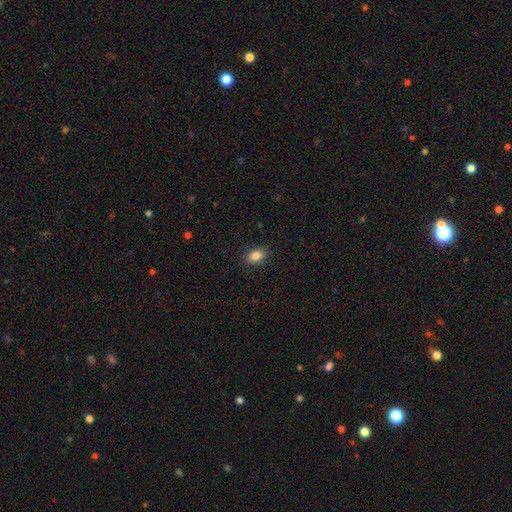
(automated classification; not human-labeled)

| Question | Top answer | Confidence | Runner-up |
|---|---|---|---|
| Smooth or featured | smooth | 86% | star or artifact (9%) |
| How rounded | in between | 78% | round (21%) |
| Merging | none | 88% | minor disturbance (8%) |